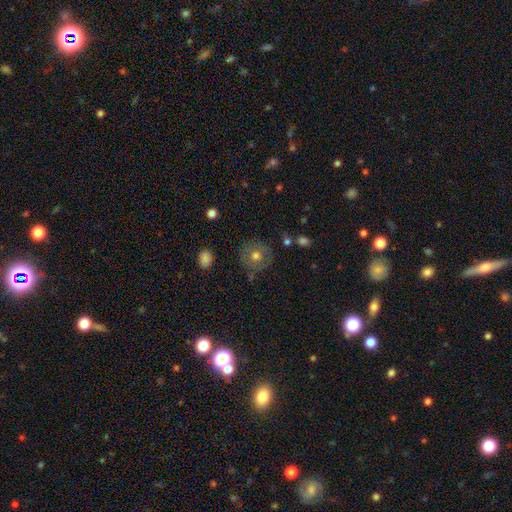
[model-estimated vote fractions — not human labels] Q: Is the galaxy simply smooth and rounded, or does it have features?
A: smooth — 66%.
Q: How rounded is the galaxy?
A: round — 92%.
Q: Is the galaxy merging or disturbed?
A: none — 82%.